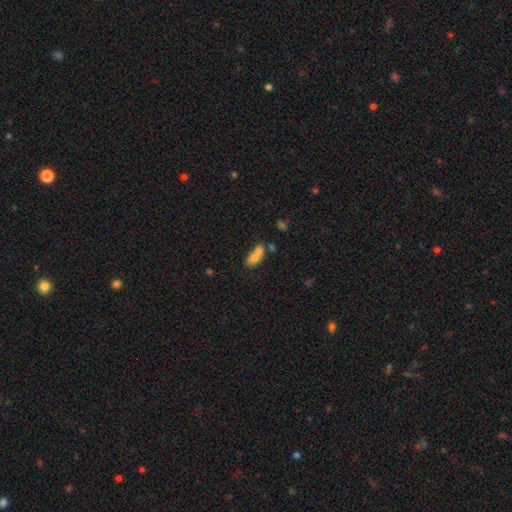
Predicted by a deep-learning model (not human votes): smooth_or_featured: smooth (p=0.73) [alt: featured or disk p=0.16]
how_rounded: in between (p=0.80) [alt: round p=0.10]
merging: merger (p=0.57) [alt: none p=0.25]